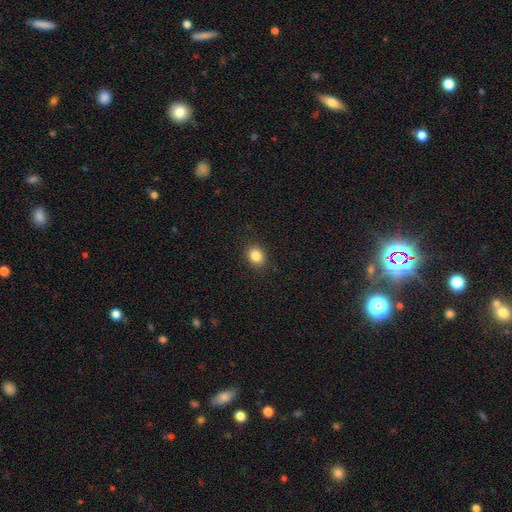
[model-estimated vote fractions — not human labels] A smooth galaxy with no disk features (85%) that is in between round and cigar-shaped (58%). Merging: none (89%).